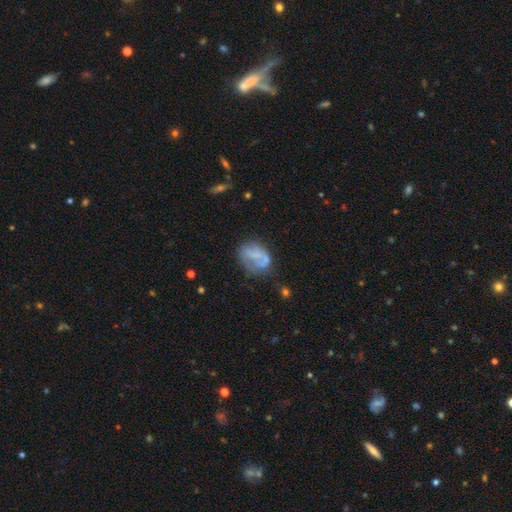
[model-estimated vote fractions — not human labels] A smooth galaxy with no disk features (46%). Merging: none (41%).